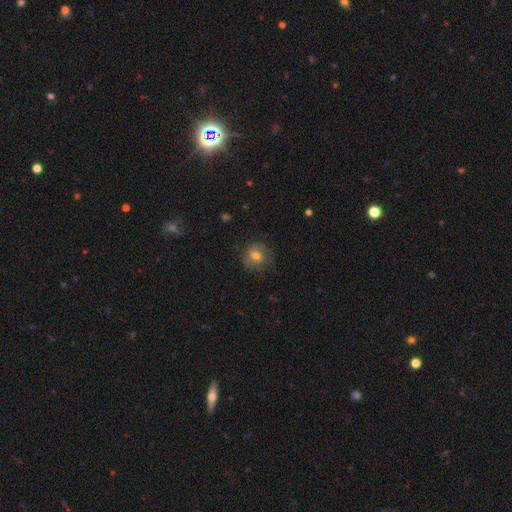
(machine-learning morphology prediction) Q: Smooth or featured?
A: smooth (68%); runner-up: featured or disk (20%)
Q: How rounded?
A: round (80%); runner-up: in between (19%)
Q: Merging?
A: none (76%); runner-up: minor disturbance (16%)